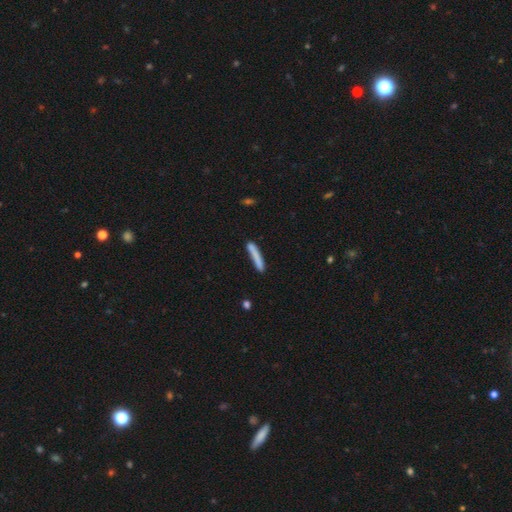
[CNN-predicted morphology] Overall: smooth (78%). How rounded: cigar-shaped (94%). Merging: none (76%).